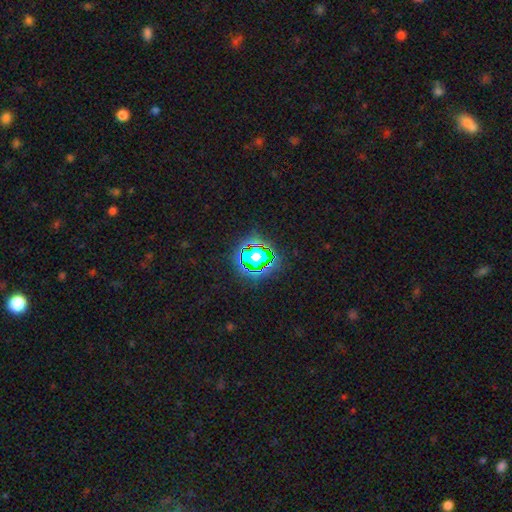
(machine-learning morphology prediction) This is likely a star or artifact rather than a galaxy (62%).